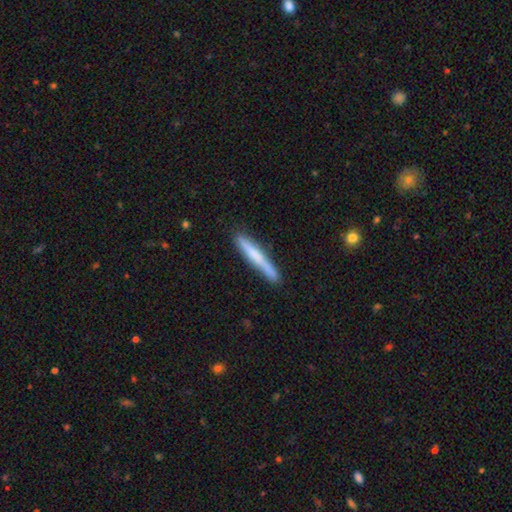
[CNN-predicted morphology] This is likely a smooth galaxy (61%). How rounded: clearly cigar-shaped (96%). Merging: clearly none (86%).